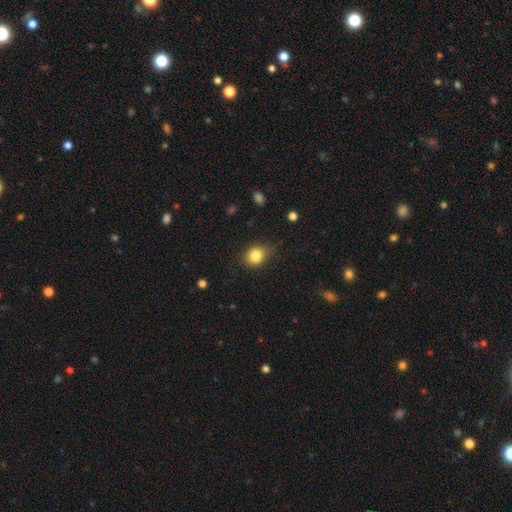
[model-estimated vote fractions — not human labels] Smooth or featured? Predicted: smooth (p=0.83). How rounded? Predicted: round (p=0.66). Merging? Predicted: none (p=0.76).